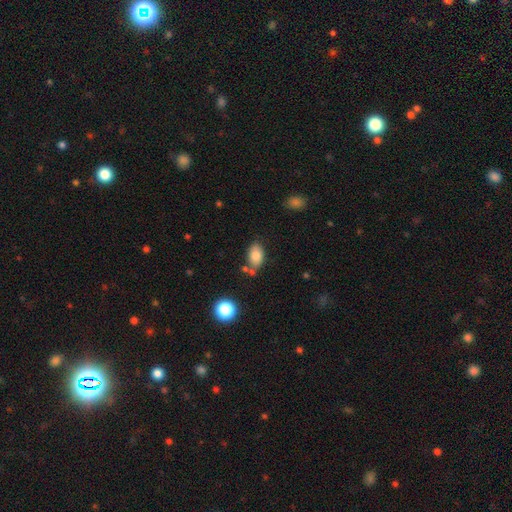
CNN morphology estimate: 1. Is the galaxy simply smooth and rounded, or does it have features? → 81% smooth, 11% featured or disk, 9% star or artifact.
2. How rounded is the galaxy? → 87% in between, 11% round, 1% cigar-shaped.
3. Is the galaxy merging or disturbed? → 69% none, 16% minor disturbance, 11% merger, 4% major disturbance.